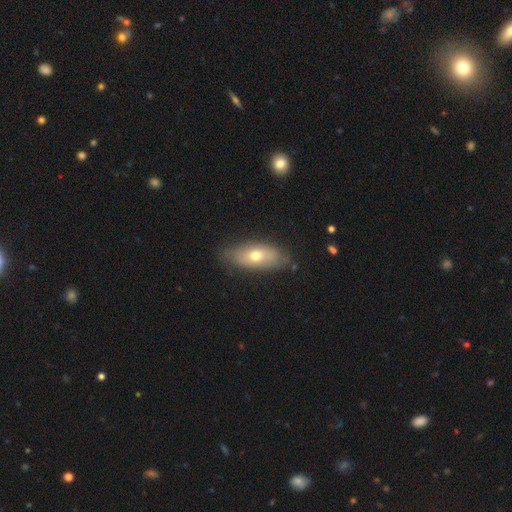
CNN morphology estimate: Overall: smooth (59%; featured or disk 34%). How rounded: in between (81%). Merging: none (78%).